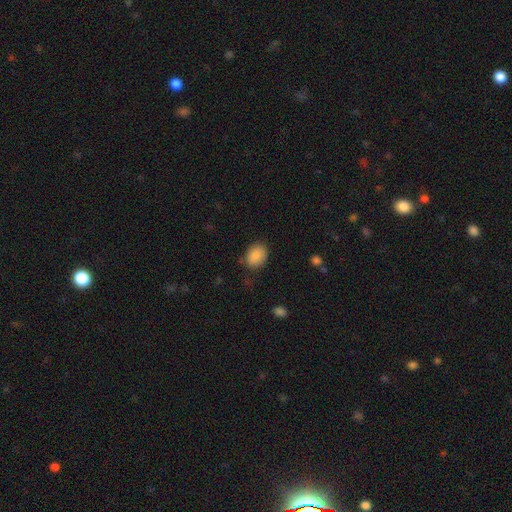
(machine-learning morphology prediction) smooth 88%, star or artifact 7%, featured or disk 4%. Down the decision tree: how rounded — in between (60%); merging — none (76%).